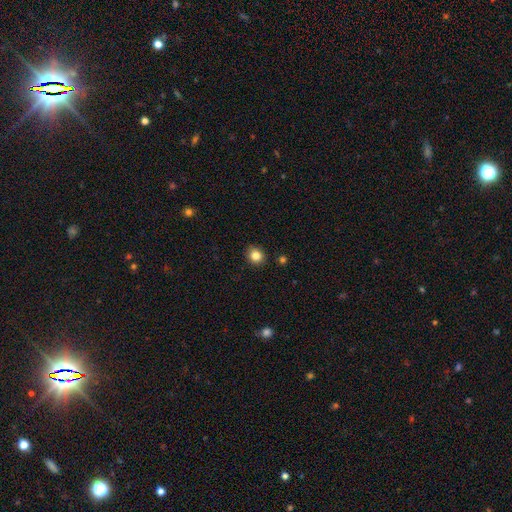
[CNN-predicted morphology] A smooth galaxy with no disk features (83%) that is round (76%).

Vote fractions:
- Smooth or featured? smooth: 83% / star or artifact: 11% / featured or disk: 6%
- How rounded? round: 76% / in between: 23% / cigar-shaped: 1%
- Merging? none: 89% / minor disturbance: 7% / major disturbance: 2% / merger: 2%